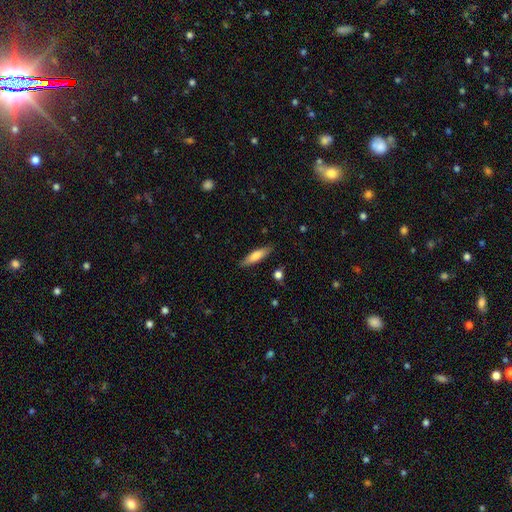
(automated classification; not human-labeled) Smooth or featured? Predicted: smooth (p=0.71). How rounded? Predicted: cigar-shaped (p=0.71). Merging? Predicted: none (p=0.87).